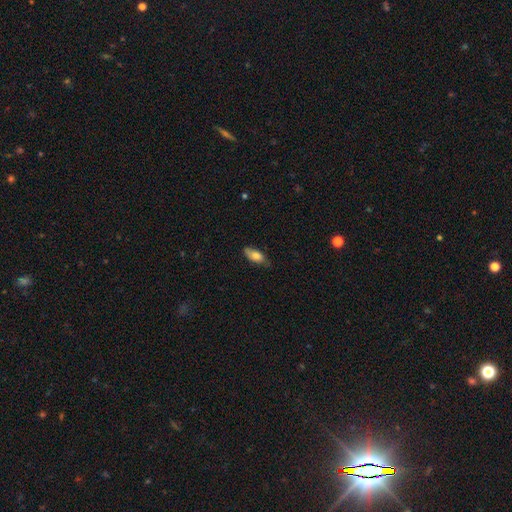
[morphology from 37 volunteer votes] This is possibly a smooth galaxy (59%). How rounded: likely in between (77%). Merging: clearly none (80%).